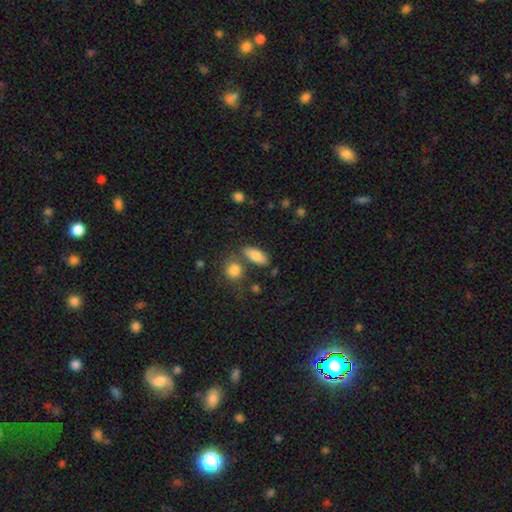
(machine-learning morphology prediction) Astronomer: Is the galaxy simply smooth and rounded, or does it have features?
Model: smooth — 84%.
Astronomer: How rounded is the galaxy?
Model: in between — 81%.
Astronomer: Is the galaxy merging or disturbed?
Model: none — 67%.